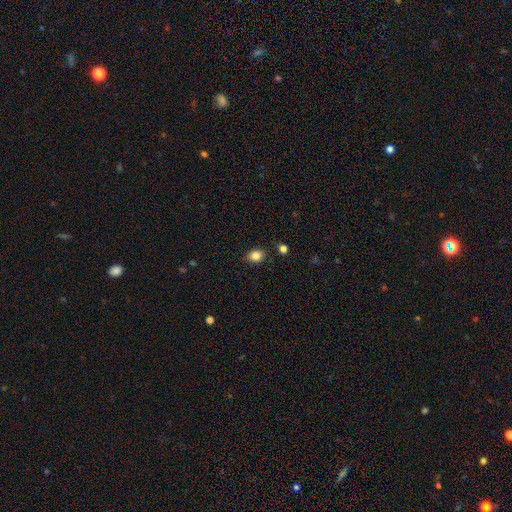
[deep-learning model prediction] smooth_or_featured: smooth (p=0.85) [alt: star or artifact p=0.10]
how_rounded: in between (p=0.59) [alt: round p=0.40]
merging: none (p=0.86) [alt: minor disturbance p=0.09]